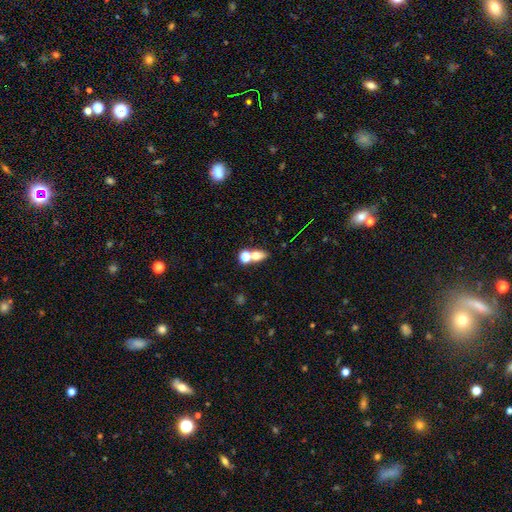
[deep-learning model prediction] The model was most divided on "merging": merger: 47%, none: 41%, minor disturbance: 8%, major disturbance: 4%. More confident: smooth or featured — smooth (71%); how rounded — in between (67%).